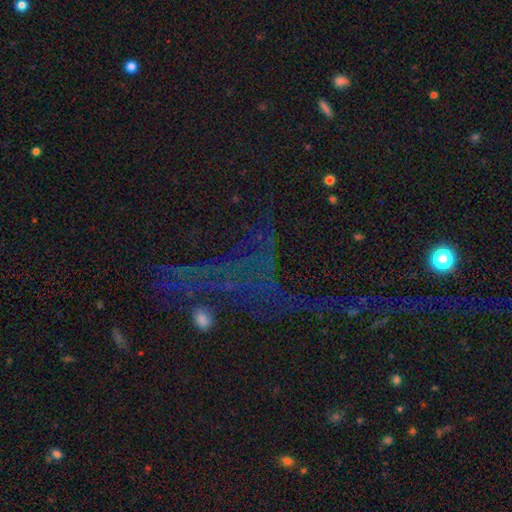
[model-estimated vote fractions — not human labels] A star or artifact, not a galaxy (70%).